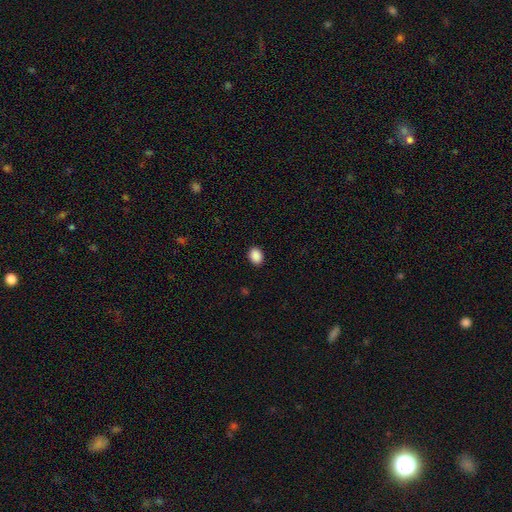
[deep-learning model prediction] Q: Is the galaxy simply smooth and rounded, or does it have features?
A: smooth — 89%.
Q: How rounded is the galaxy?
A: in between — 58%.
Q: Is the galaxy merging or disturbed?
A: none — 90%.